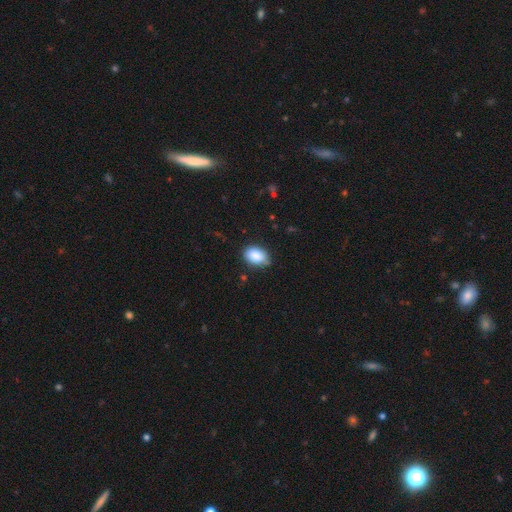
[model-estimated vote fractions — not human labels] Smooth or featured? Predicted: smooth (p=0.87). How rounded? Predicted: in between (p=0.83). Merging? Predicted: none (p=0.75).